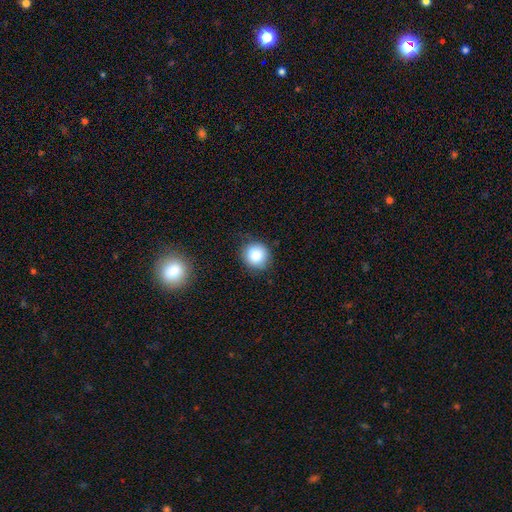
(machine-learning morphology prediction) The model was most divided on "merging": none: 80%, minor disturbance: 15%, major disturbance: 3%, merger: 2%. More confident: how rounded — round (90%); smooth or featured — smooth (83%).